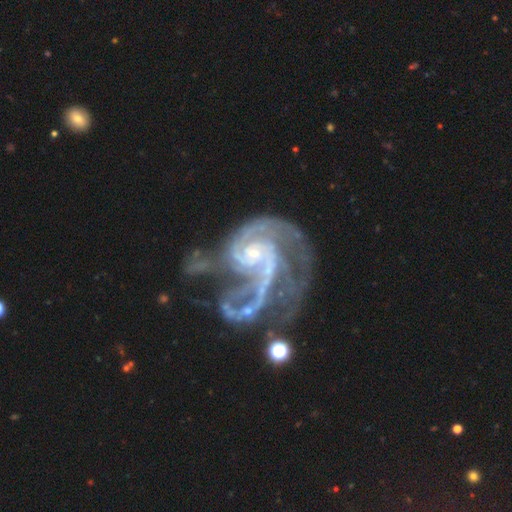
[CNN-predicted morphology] smooth-or-featured: featured or disk: 91% | star or artifact: 6% | smooth: 3%
  disk-edge-on: no: 98% | yes: 2%
    bar: no: 62% | weak: 28% | strong: 10%
    has-spiral-arms: yes: 98% | no: 2%
      spiral-winding: medium: 49% | tight: 33% | loose: 18%
      spiral-arm-count: 2: 43% | 3: 24% | can't tell: 13% | 4: 8% | 1: 7% | more than 4: 6%
    bulge-size: small: 78% | moderate: 14% | none: 6% | large: 1% | dominant: 1%
  merging: major disturbance: 42% | merger: 25% | none: 20% | minor disturbance: 14%